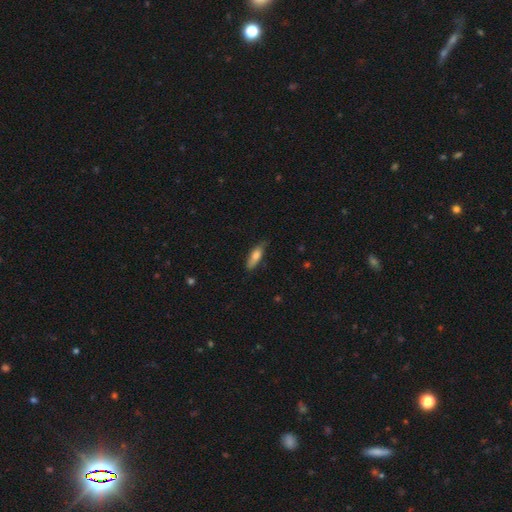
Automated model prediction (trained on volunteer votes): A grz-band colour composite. It shows a smooth galaxy with no disk features (73%) that is in between round and cigar-shaped (53%). Merging: none (73%).